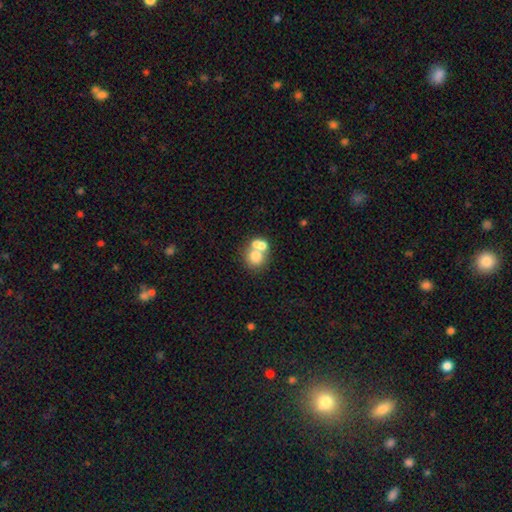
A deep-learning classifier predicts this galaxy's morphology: This is likely a smooth galaxy (67%). How rounded: likely round (76%). Merging: possibly merger (60%).